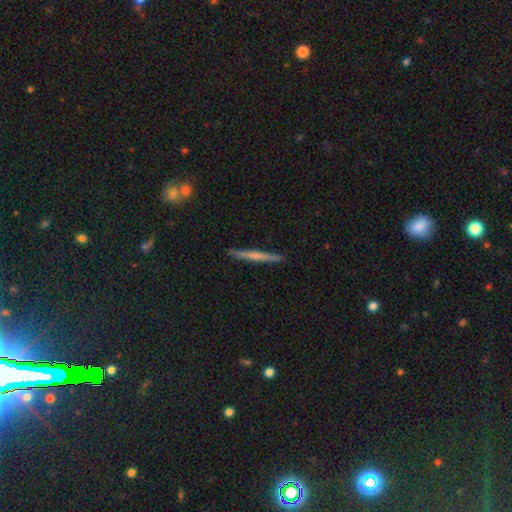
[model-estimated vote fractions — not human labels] Overall: featured or disk (48%; smooth 46%). Merging: none (91%).